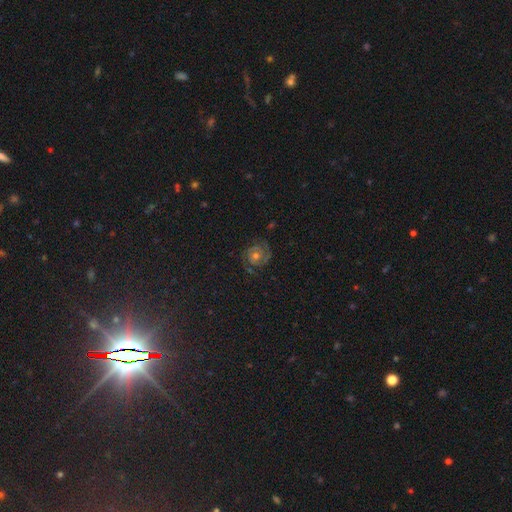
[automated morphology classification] smooth-or-featured: featured or disk: 71% | star or artifact: 15% | smooth: 14%
  disk-edge-on: no: 98% | yes: 2%
    bar: no: 77% | weak: 19% | strong: 4%
    has-spiral-arms: yes: 93% | no: 7%
      spiral-winding: tight: 61% | medium: 32% | loose: 7%
      spiral-arm-count: 2: 67% | can't tell: 15% | 3: 8% | 1: 4% | 4: 3% | more than 4: 3%
    bulge-size: moderate: 65% | small: 28% | large: 4% | none: 2% | dominant: 1%
  merging: none: 78% | minor disturbance: 14% | major disturbance: 6% | merger: 1%